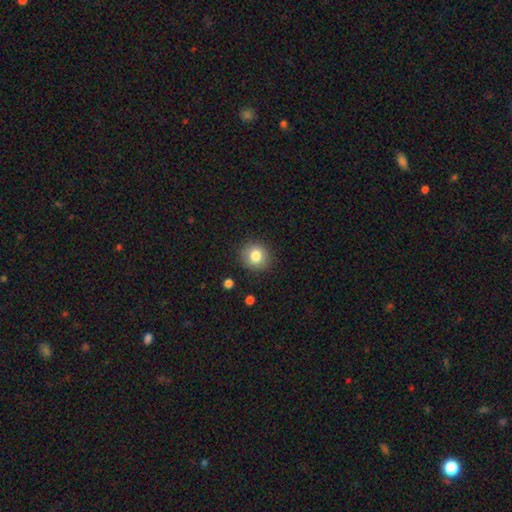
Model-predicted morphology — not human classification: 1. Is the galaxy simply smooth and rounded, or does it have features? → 83% smooth, 10% star or artifact, 8% featured or disk.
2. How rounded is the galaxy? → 82% round, 17% in between, 1% cigar-shaped.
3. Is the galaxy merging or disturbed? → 87% none, 9% minor disturbance, 2% major disturbance, 1% merger.